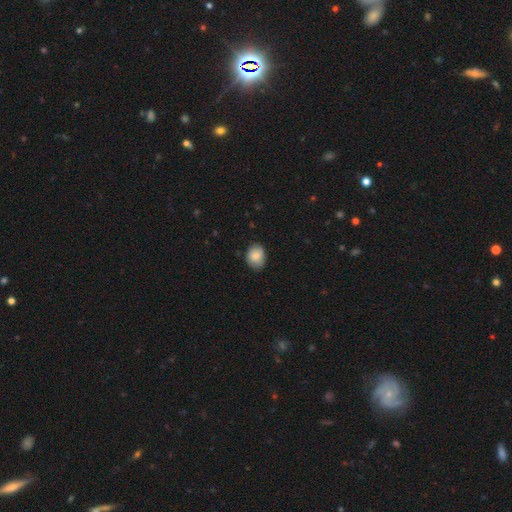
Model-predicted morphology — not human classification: The model was most divided on "how rounded": in between: 55%, round: 44%, cigar-shaped: 1%. More confident: smooth or featured — smooth (81%); merging — none (77%).